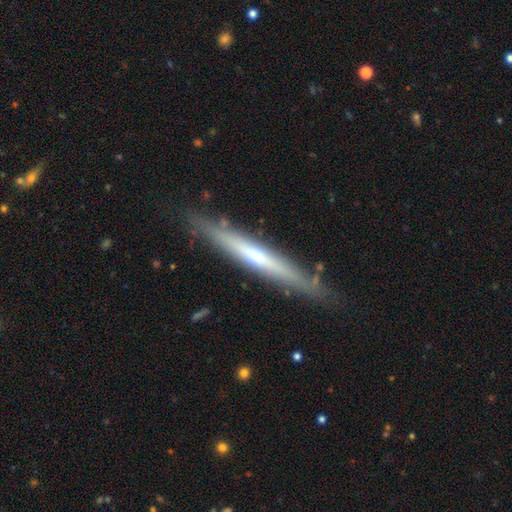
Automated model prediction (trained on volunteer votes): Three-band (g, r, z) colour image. It shows a featured or disk galaxy (67%) viewed edge-on (91%) with a rounded central bulge (62%). Merging: none (83%).